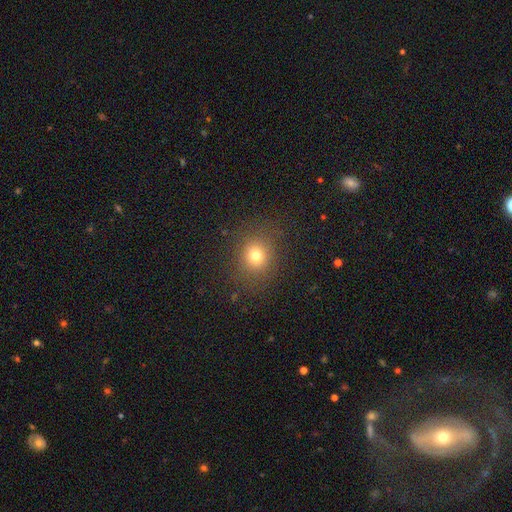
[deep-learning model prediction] smooth 74%, star or artifact 17%, featured or disk 9%. Down the decision tree: how rounded — round (80%); merging — none (85%).